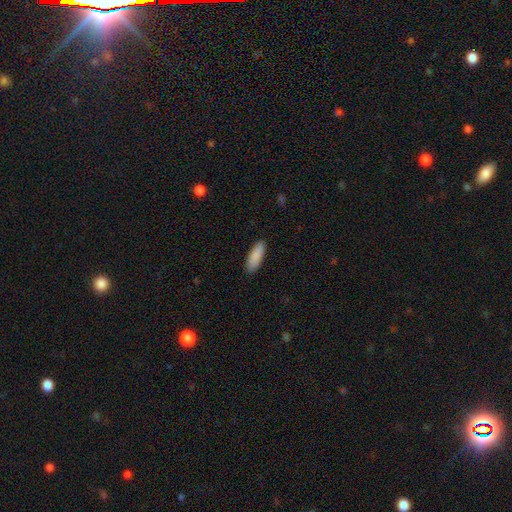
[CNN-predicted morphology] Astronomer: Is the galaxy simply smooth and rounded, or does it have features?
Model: smooth — 89%.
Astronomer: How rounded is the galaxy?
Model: in between — 56% (runner-up: cigar-shaped, 42%).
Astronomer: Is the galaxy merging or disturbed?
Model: none — 87%.